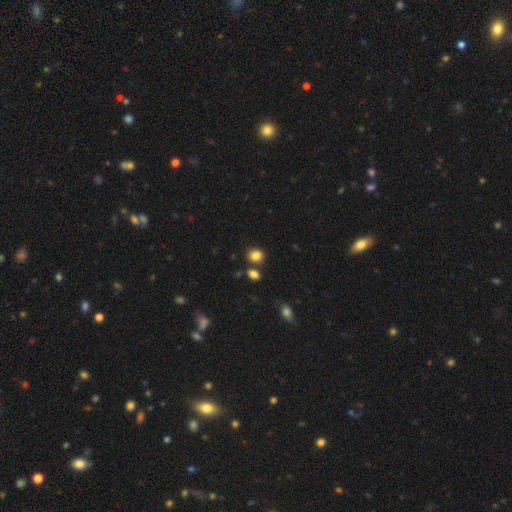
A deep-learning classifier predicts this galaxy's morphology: smooth_or_featured: smooth (p=0.84) [alt: star or artifact p=0.10]
how_rounded: round (p=0.61) [alt: in between p=0.38]
merging: none (p=0.74) [alt: merger p=0.13]